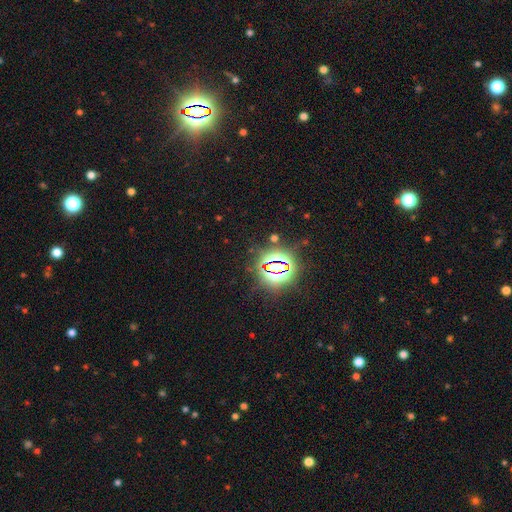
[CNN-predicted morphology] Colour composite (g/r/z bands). It shows a star or artifact, not a galaxy (85%).